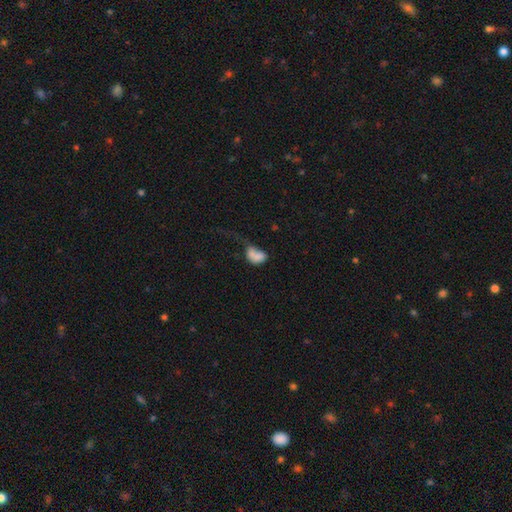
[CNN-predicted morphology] Smooth or featured?
  - smooth: 71% *
  - featured or disk: 18%
  - star or artifact: 11%
How rounded?
  - in between: 78% *
  - round: 20%
  - cigar-shaped: 2%
Merging?
  - major disturbance: 34% *
  - merger: 29%
  - none: 19%
  - minor disturbance: 18%